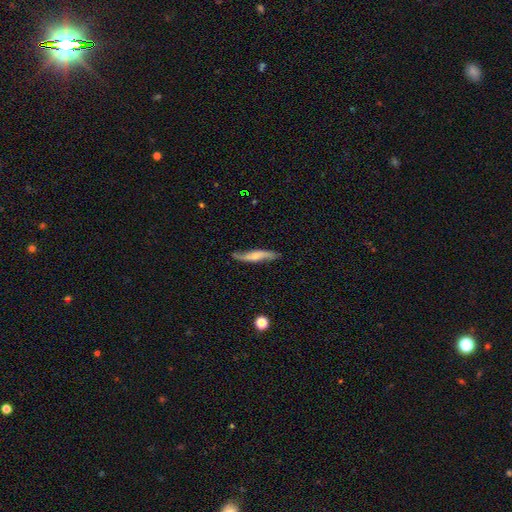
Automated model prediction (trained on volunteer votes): Smooth or featured? featured or disk (56%)
Edge-on disk? no (54%)
Merging? none (78%)